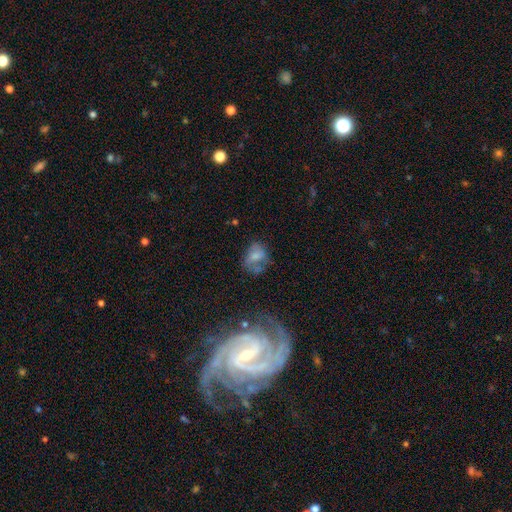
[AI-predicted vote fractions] The model was most divided on "merging": none: 41%, minor disturbance: 28%, major disturbance: 23%, merger: 8%. More confident: how rounded — in between (62%); smooth or featured — smooth (56%).